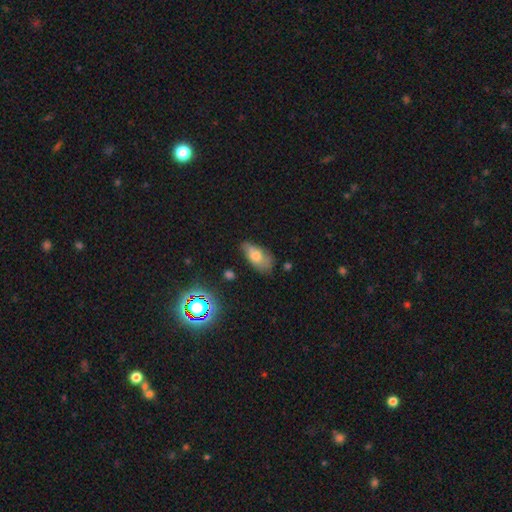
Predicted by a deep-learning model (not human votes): smooth_or_featured: smooth (p=0.68) [alt: featured or disk p=0.21]
how_rounded: in between (p=0.90) [alt: cigar-shaped p=0.06]
merging: none (p=0.47) [alt: minor disturbance p=0.34]